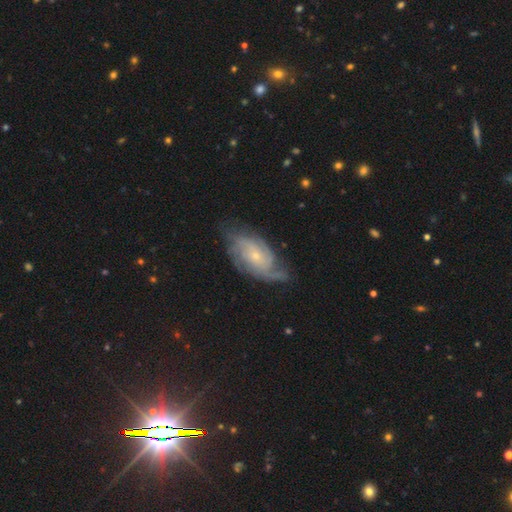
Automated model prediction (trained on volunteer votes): Smooth or featured: featured or disk — 80% (smooth — 14%)
Edge-on disk: no — 95% (yes — 5%)
Bar: no — 72% (weak — 24%)
Spiral arms: yes — 94% (no — 6%)
Spiral winding: tight — 47% (medium — 38%)
Spiral arm count: can't tell — 33% (2 — 26%)
Bulge size: small — 74% (moderate — 21%)
Merging: none — 65% (minor disturbance — 23%)